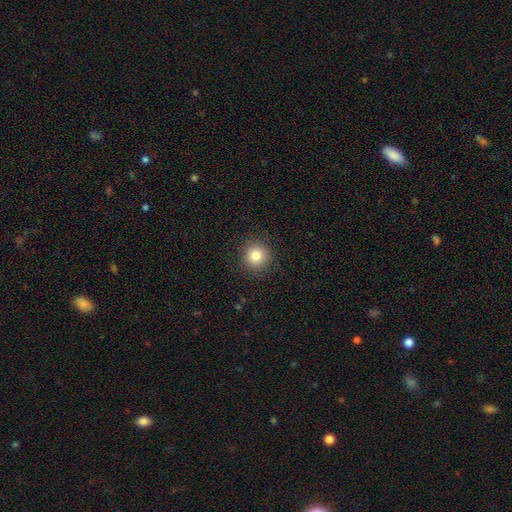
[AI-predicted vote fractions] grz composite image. It shows a smooth galaxy with no disk features (83%) that is round (93%). Merging: none (91%).